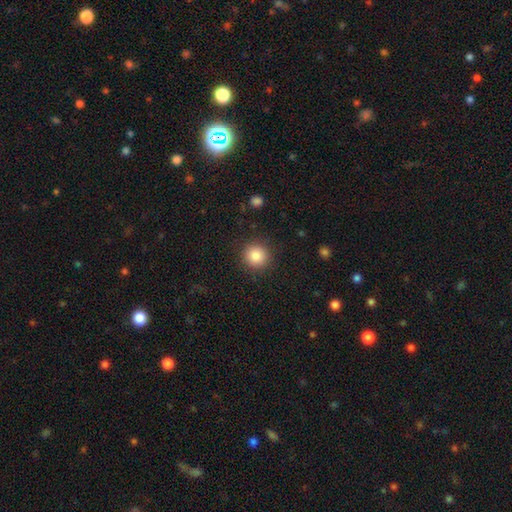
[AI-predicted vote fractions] smooth-or-featured: smooth: 86% | star or artifact: 10% | featured or disk: 5%
  how-rounded: round: 92% | in between: 7% | cigar-shaped: 1%
  merging: none: 90% | minor disturbance: 7% | major disturbance: 3% | merger: 1%